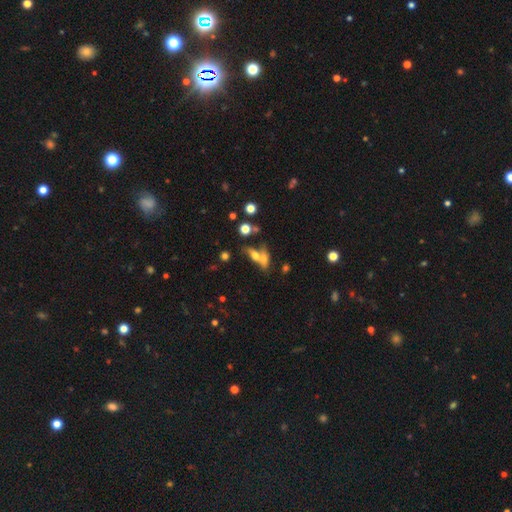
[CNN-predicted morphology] Smooth or featured? smooth (58%)
How rounded? in between (60%)
Merging? merger (51%)